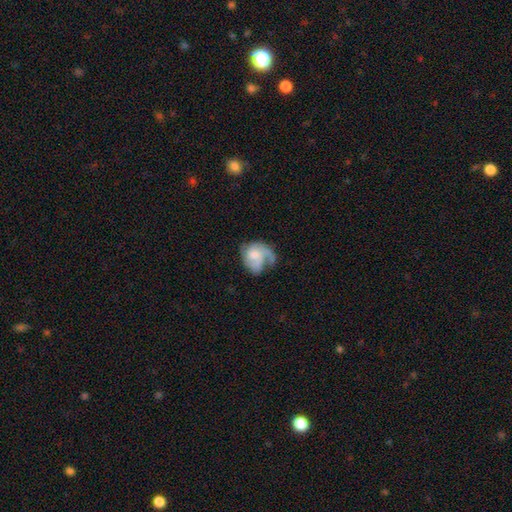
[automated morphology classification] Q: Smooth or featured?
A: featured or disk (68%); runner-up: smooth (26%)
Q: Edge-on disk?
A: no (98%); runner-up: yes (2%)
Q: Bar?
A: no (71%); runner-up: weak (25%)
Q: Spiral arms?
A: yes (88%); runner-up: no (12%)
Q: Spiral winding?
A: medium (42%); runner-up: tight (29%)
Q: Spiral arm count?
A: 1 (32%); runner-up: 2 (29%)
Q: Bulge size?
A: moderate (38%); runner-up: small (29%)
Q: Merging?
A: none (38%); runner-up: major disturbance (33%)